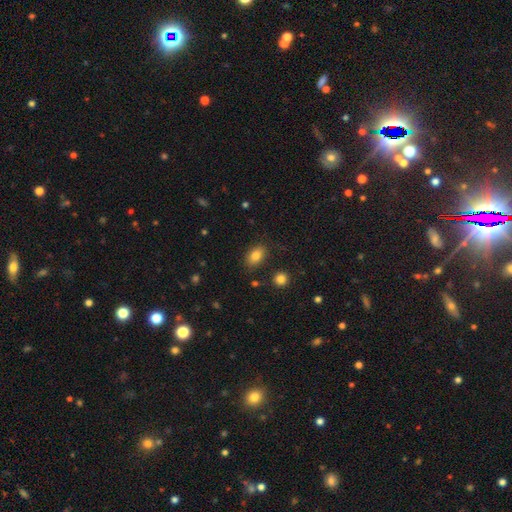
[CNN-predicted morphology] Smooth or featured? smooth (82%)
How rounded? in between (84%)
Merging? none (83%)